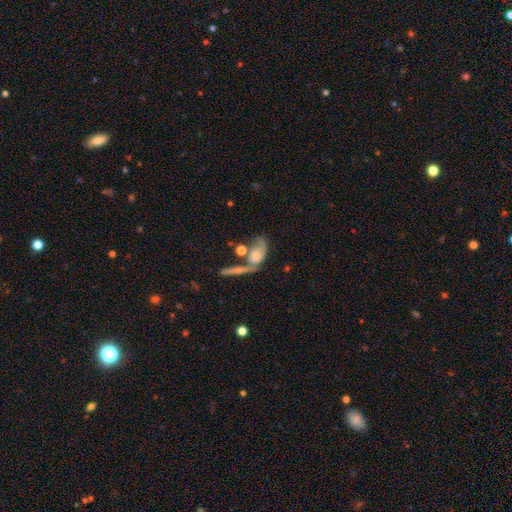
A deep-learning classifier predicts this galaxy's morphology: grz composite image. It shows a smooth galaxy with no disk features (48%). Merging: merger (39%).